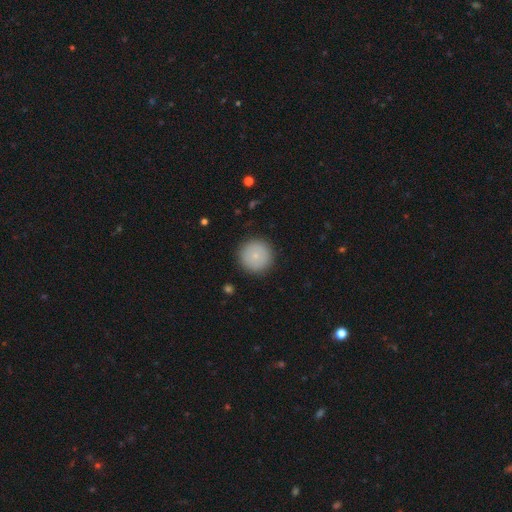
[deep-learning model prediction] smooth-or-featured: smooth: 79% | featured or disk: 13% | star or artifact: 8%
  how-rounded: round: 96% | in between: 3% | cigar-shaped: 1%
  merging: none: 91% | minor disturbance: 6% | major disturbance: 2% | merger: 1%